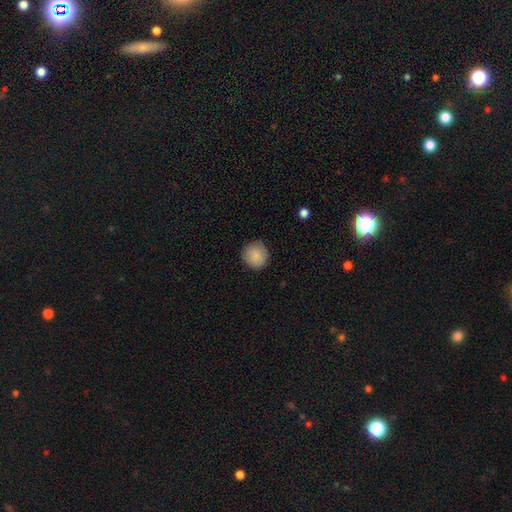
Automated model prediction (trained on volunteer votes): Smooth or featured? smooth (88%)
How rounded? round (92%)
Merging? none (87%)